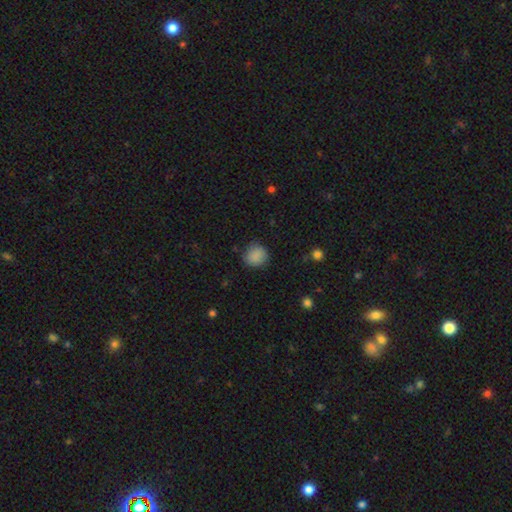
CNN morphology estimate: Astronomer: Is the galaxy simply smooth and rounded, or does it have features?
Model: smooth — 87%.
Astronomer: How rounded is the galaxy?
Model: round — 84%.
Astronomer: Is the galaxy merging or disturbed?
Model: none — 81%.